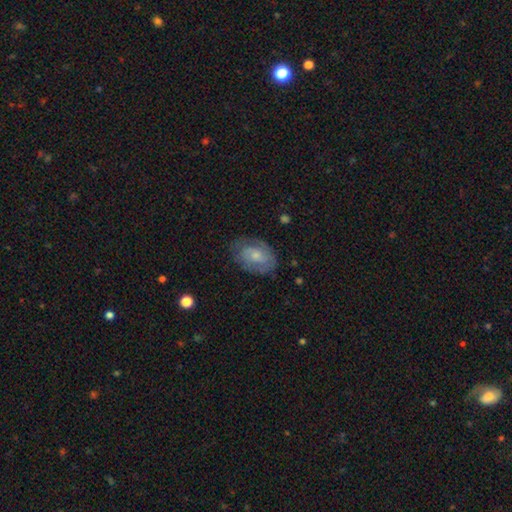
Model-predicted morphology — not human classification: featured or disk 48%, smooth 45%, star or artifact 7%. Down the decision tree: merging — none (70%).